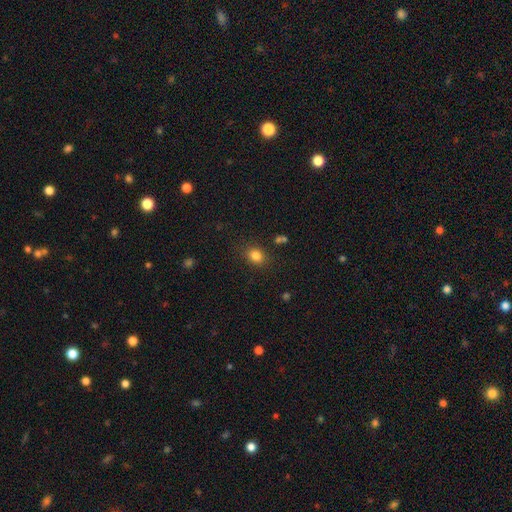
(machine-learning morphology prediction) Q: Smooth or featured?
A: smooth (83%); runner-up: star or artifact (12%)
Q: How rounded?
A: round (51%); runner-up: in between (48%)
Q: Merging?
A: none (83%); runner-up: minor disturbance (11%)